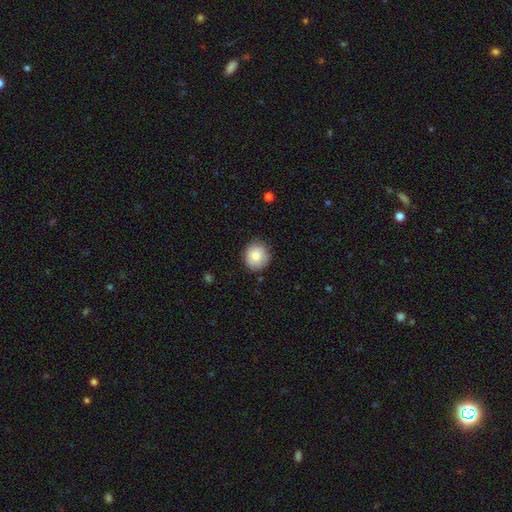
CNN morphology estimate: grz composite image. It shows a smooth galaxy with no disk features (82%) that is round (87%). Merging: none (84%).